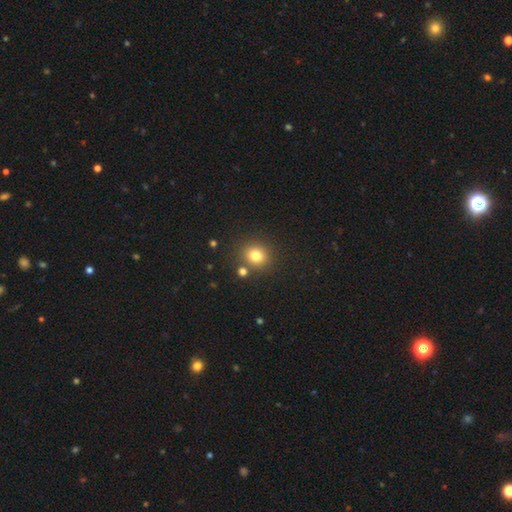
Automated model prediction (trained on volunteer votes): Smooth or featured? Predicted: smooth (p=0.79). How rounded? Predicted: round (p=0.82). Merging? Predicted: none (p=0.81).